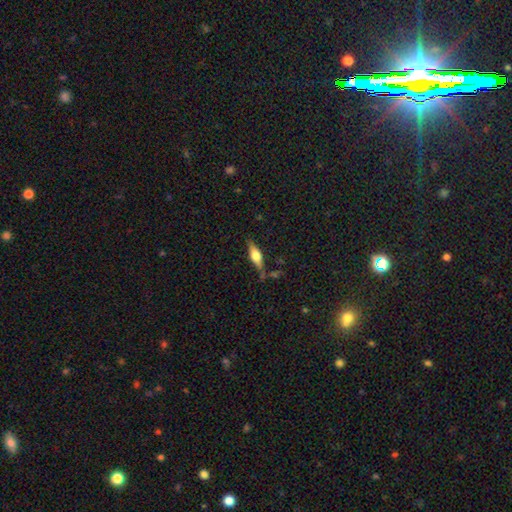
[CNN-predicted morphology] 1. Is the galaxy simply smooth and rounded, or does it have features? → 51% featured or disk, 42% smooth, 7% star or artifact.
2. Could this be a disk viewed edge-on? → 92% yes, 8% no.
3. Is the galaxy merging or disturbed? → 73% none, 17% minor disturbance, 6% merger, 5% major disturbance.